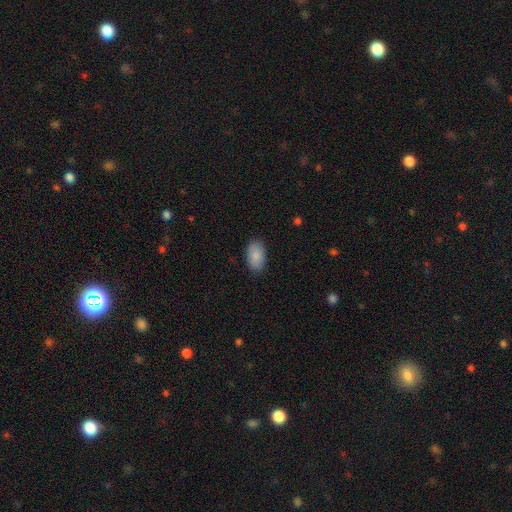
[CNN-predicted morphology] type=smooth (88%); roundness=in between (94%); merging=none (87%).